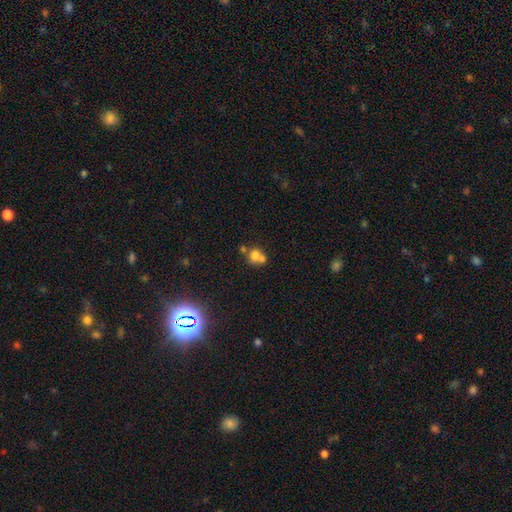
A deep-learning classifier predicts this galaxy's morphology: The model was most divided on "merging": merger: 51%, none: 36%, minor disturbance: 8%, major disturbance: 4%. More confident: how rounded — round (75%); smooth or featured — smooth (68%).